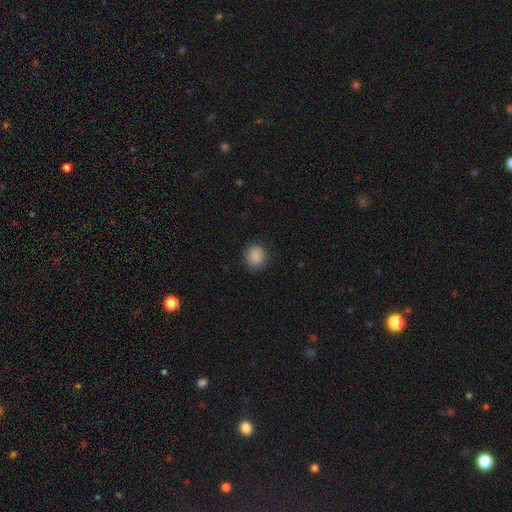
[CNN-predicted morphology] The model was most divided on "how rounded": round: 83%, in between: 16%, cigar-shaped: 1%. More confident: smooth or featured — smooth (88%); merging — none (86%).